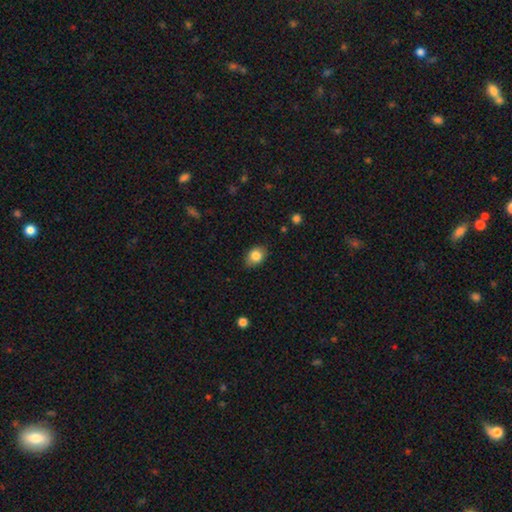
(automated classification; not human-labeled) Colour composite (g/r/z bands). It shows a smooth galaxy with no disk features (84%) that is in between round and cigar-shaped (64%). Merging: none (81%).